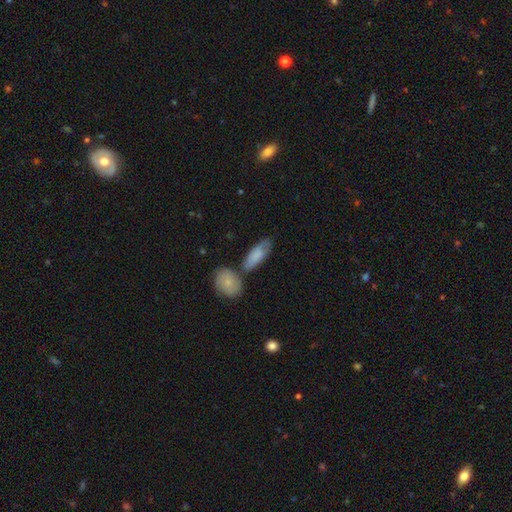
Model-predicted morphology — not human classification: Smooth or featured? smooth (75%)
How rounded? in between (74%)
Merging? none (60%)